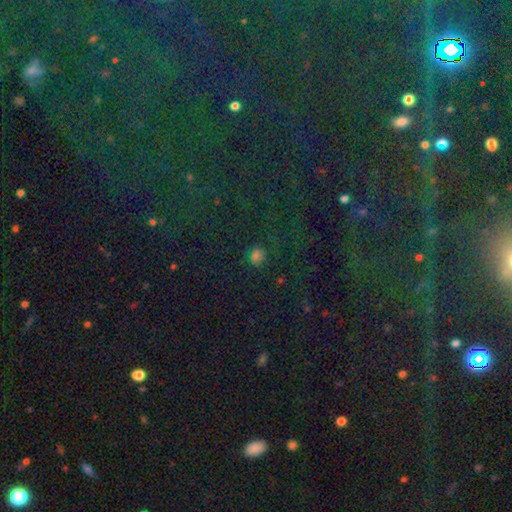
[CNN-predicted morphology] Smooth or featured?
  - smooth: 60% *
  - star or artifact: 33%
  - featured or disk: 7%
How rounded?
  - round: 65% *
  - in between: 33%
  - cigar-shaped: 1%
Merging?
  - none: 80% *
  - minor disturbance: 13%
  - major disturbance: 5%
  - merger: 2%